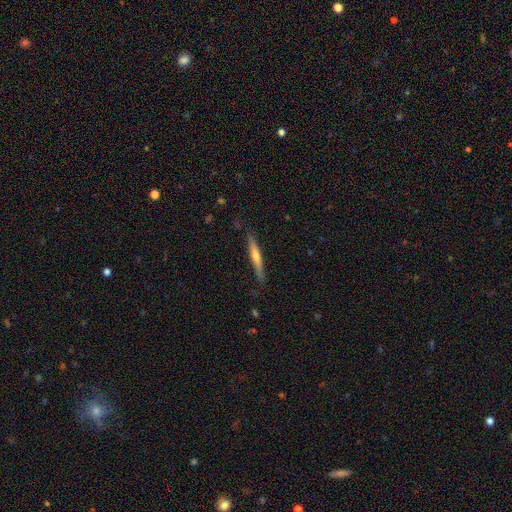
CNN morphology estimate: Q: Smooth or featured?
A: featured or disk (57%); runner-up: smooth (38%)
Q: Edge-on disk?
A: yes (96%); runner-up: no (4%)
Q: Edge-on bulge?
A: rounded (77%); runner-up: none (18%)
Q: Merging?
A: none (83%); runner-up: minor disturbance (14%)